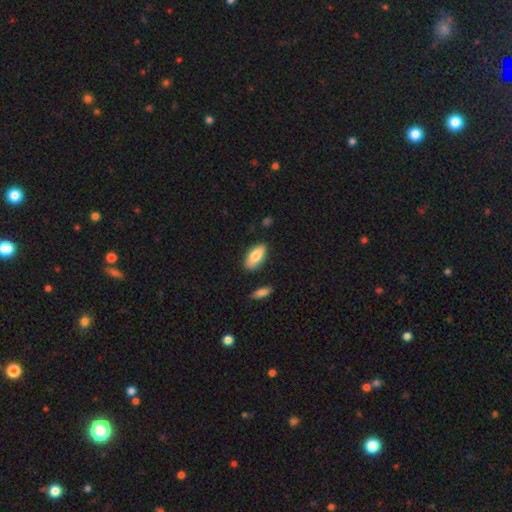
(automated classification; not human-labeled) This is clearly a smooth galaxy (81%). How rounded: clearly in between (87%). Merging: clearly none (83%).